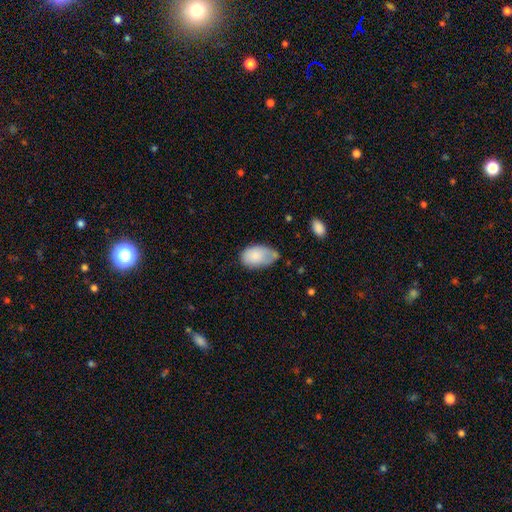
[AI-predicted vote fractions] A smooth galaxy with no disk features (82%) that is in between round and cigar-shaped (93%).

Vote fractions:
- Smooth or featured? smooth: 82% / featured or disk: 11% / star or artifact: 7%
- How rounded? in between: 93% / round: 6% / cigar-shaped: 1%
- Merging? none: 42% / minor disturbance: 40% / major disturbance: 11% / merger: 6%